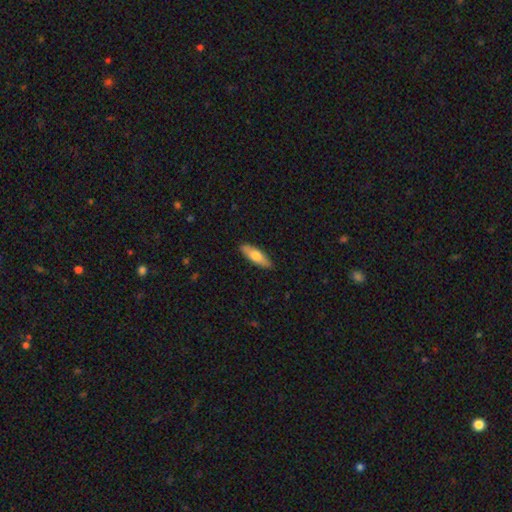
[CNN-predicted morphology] A smooth galaxy with no disk features (69%) that is in between round and cigar-shaped (53%).

Vote fractions:
- Smooth or featured? smooth: 69% / featured or disk: 26% / star or artifact: 5%
- How rounded? in between: 53% / cigar-shaped: 44% / round: 2%
- Merging? none: 89% / minor disturbance: 9% / major disturbance: 2% / merger: 1%